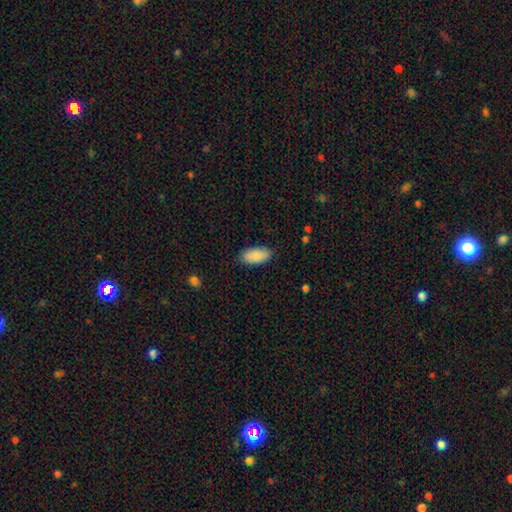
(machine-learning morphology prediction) smooth 89%, star or artifact 6%, featured or disk 5%. Down the decision tree: how rounded — in between (91%); merging — none (85%).